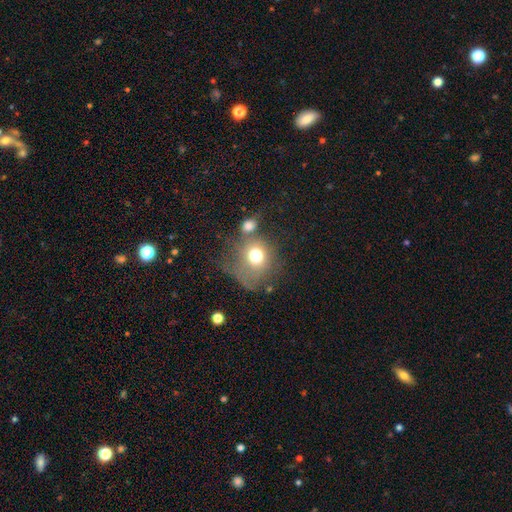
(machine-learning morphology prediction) Q: Smooth or featured?
A: smooth (68%); runner-up: featured or disk (20%)
Q: How rounded?
A: round (76%); runner-up: in between (23%)
Q: Merging?
A: none (35%); runner-up: merger (25%)